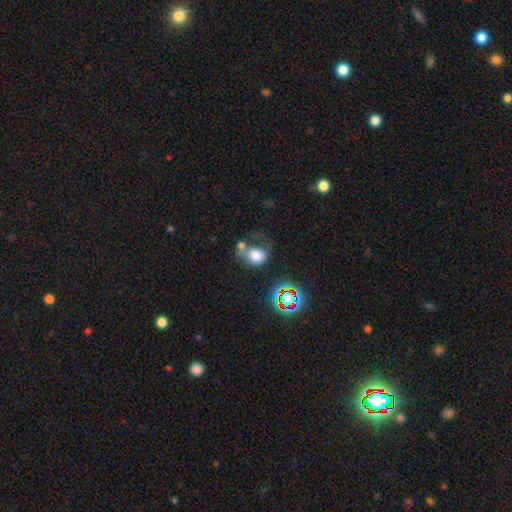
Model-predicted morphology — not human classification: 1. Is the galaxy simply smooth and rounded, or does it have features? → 69% smooth, 16% featured or disk, 14% star or artifact.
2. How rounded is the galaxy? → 50% round, 49% in between, 1% cigar-shaped.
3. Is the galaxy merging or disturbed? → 31% none (tied), 31% merger (tied), 20% major disturbance, 18% minor disturbance.